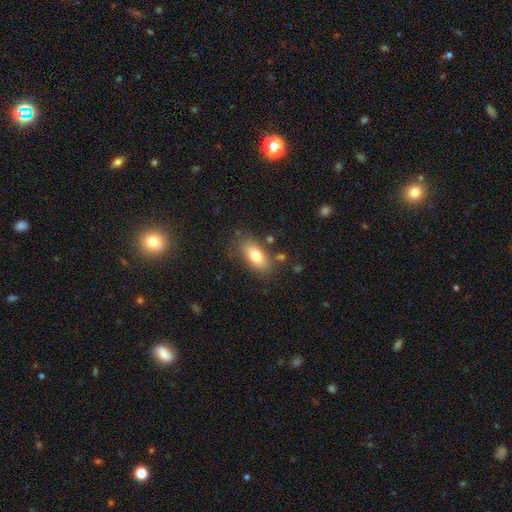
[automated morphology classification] A smooth galaxy with no disk features (78%) that is in between round and cigar-shaped (87%).

Vote fractions:
- Smooth or featured? smooth: 78% / featured or disk: 14% / star or artifact: 8%
- How rounded? in between: 87% / cigar-shaped: 9% / round: 5%
- Merging? none: 78% / minor disturbance: 14% / major disturbance: 4% / merger: 4%